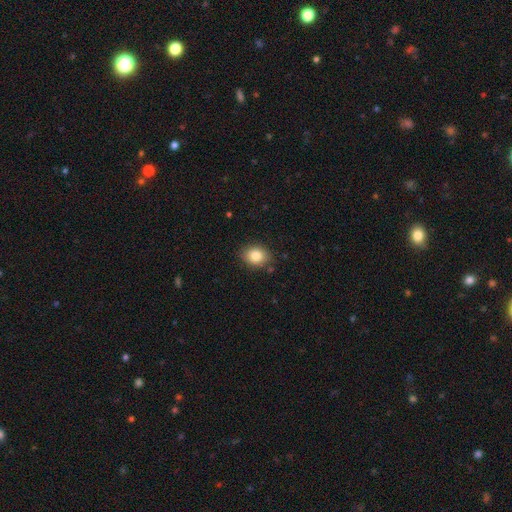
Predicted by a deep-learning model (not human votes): smooth_or_featured: smooth (p=0.84) [alt: star or artifact p=0.09]
how_rounded: in between (p=0.52) [alt: round p=0.47]
merging: none (p=0.84) [alt: minor disturbance p=0.11]